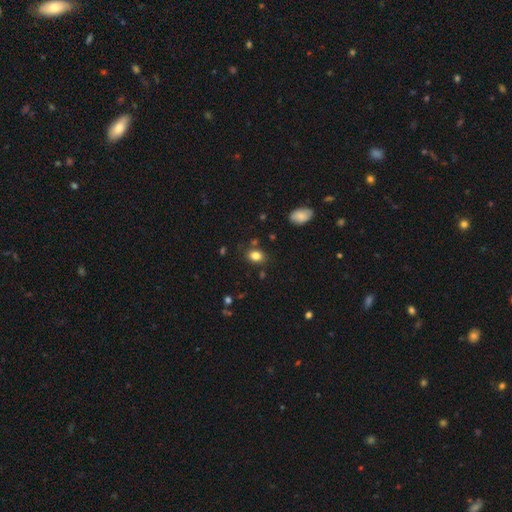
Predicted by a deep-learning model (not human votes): Smooth or featured? smooth (83%)
How rounded? in between (63%)
Merging? none (80%)